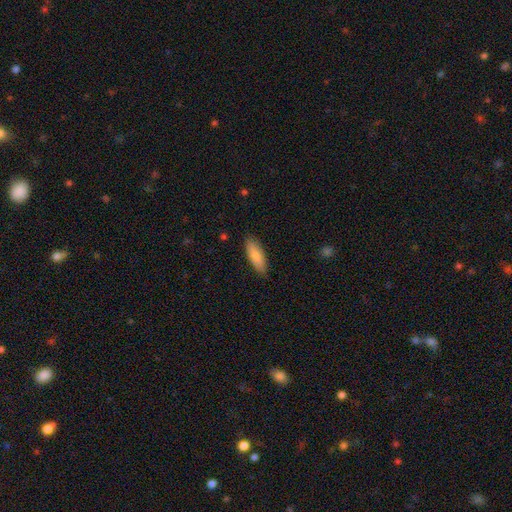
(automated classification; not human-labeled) Q: Smooth or featured?
A: smooth (85%); runner-up: featured or disk (9%)
Q: How rounded?
A: in between (65%); runner-up: cigar-shaped (33%)
Q: Merging?
A: none (85%); runner-up: minor disturbance (12%)